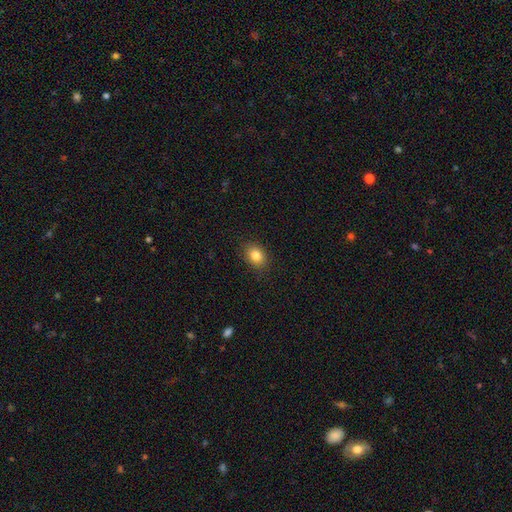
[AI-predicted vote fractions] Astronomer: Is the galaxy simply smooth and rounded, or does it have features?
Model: smooth — 84%.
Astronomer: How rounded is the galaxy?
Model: in between — 61% (runner-up: round, 38%).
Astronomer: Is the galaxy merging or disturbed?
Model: none — 87%.